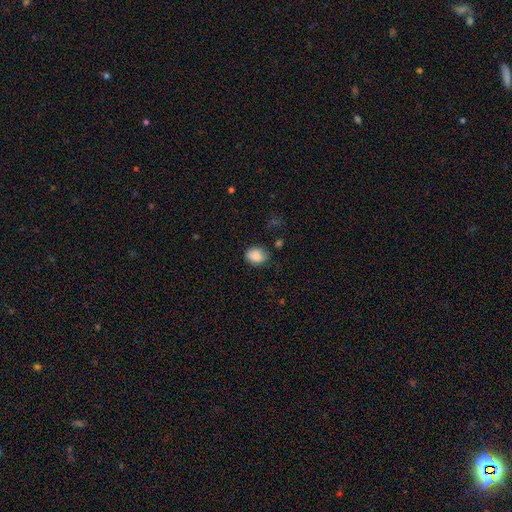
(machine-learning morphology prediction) This appears to be a smooth galaxy with no disk features (84%) that is in between round and cigar-shaped (57%). Merging: none (65%).